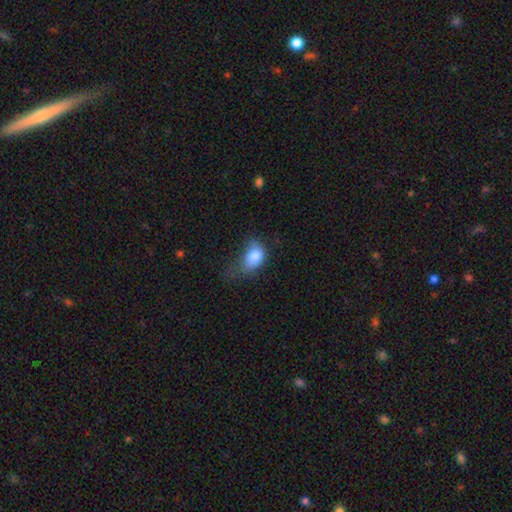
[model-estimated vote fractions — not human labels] The model was most divided on "merging": minor disturbance: 37%, major disturbance: 36%, none: 23%, merger: 3%. More confident: smooth or featured — smooth (80%); how rounded — in between (77%).